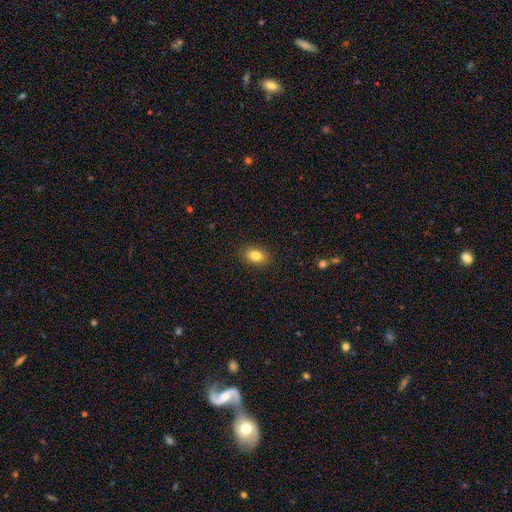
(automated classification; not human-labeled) Morphology: type=smooth (82%); roundness=in between (81%); merging=none (89%).